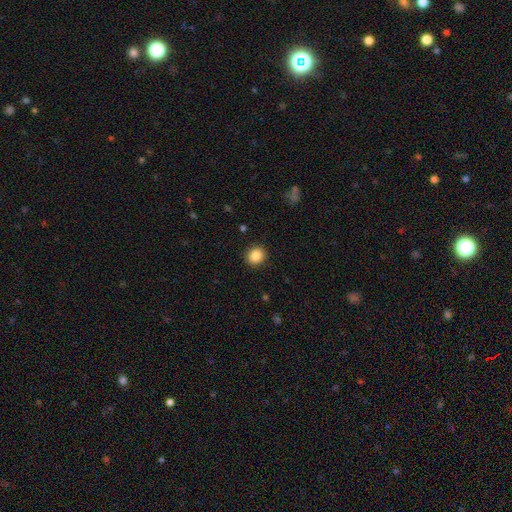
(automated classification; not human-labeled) smooth_or_featured: smooth (p=0.87) [alt: star or artifact p=0.09]
how_rounded: round (p=0.80) [alt: in between p=0.19]
merging: none (p=0.91) [alt: minor disturbance p=0.06]